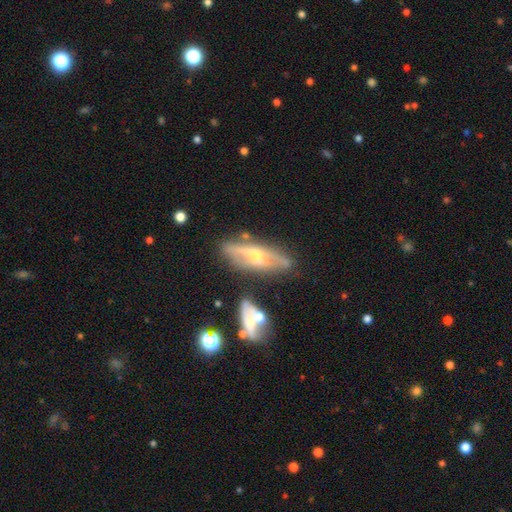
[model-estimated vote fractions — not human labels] A featured or disk galaxy (70%) viewed edge-on (64%). Merging: none (73%).